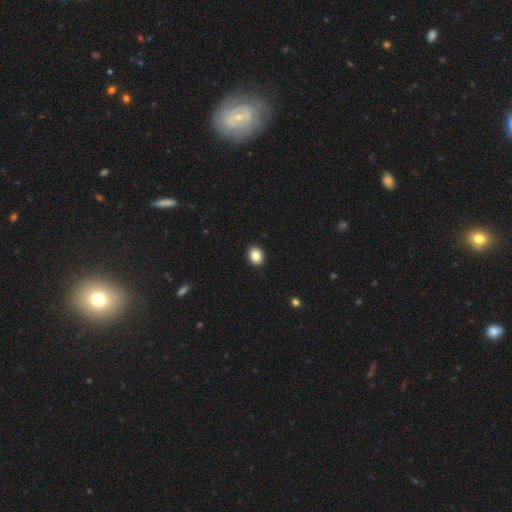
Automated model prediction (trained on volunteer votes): Smooth or featured: smooth — 87% (star or artifact — 9%)
How rounded: in between — 58% (round — 41%)
Merging: none — 92% (minor disturbance — 6%)